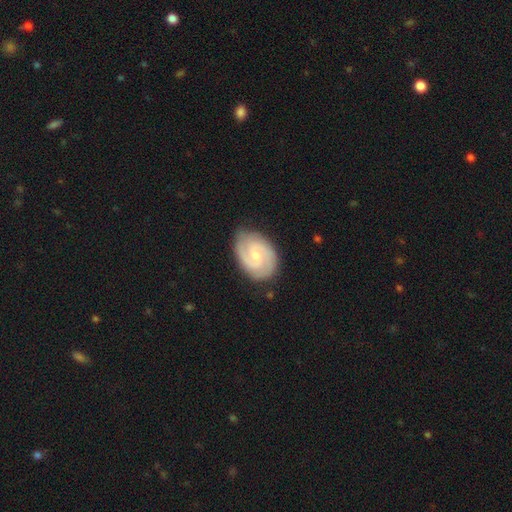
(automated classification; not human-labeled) Smooth or featured: featured or disk — 84% (smooth — 11%)
Edge-on disk: no — 98% (yes — 2%)
Bar: weak — 56% (no — 34%)
Spiral arms: yes — 97% (no — 3%)
Spiral winding: tight — 49% (medium — 43%)
Spiral arm count: 2 — 83% (can't tell — 6%)
Bulge size: small — 59% (moderate — 34%)
Merging: none — 81% (minor disturbance — 14%)